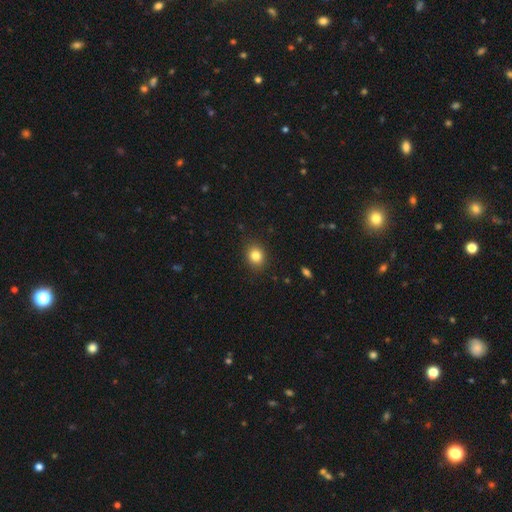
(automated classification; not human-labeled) smooth 83%, star or artifact 11%, featured or disk 6%. Down the decision tree: how rounded — round (65%); merging — none (88%).